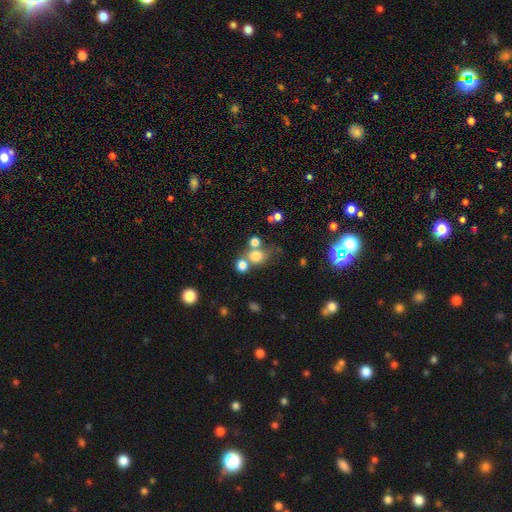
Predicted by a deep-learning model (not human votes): This appears to be a smooth galaxy with no disk features (73%) that is round (77%). Merging: none (45%).